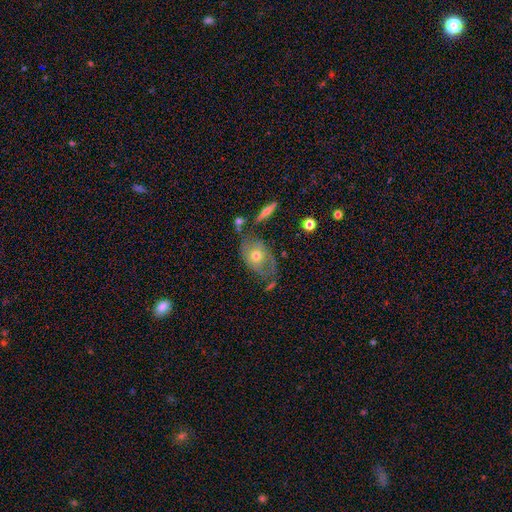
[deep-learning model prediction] Smooth or featured? Predicted: featured or disk (p=0.65). Edge-on disk? Predicted: no (p=0.89). Bar? Predicted: no (p=0.82). Spiral arms? Predicted: yes (p=0.66). Bulge size? Predicted: moderate (p=0.68). Merging? Predicted: none (p=0.54).